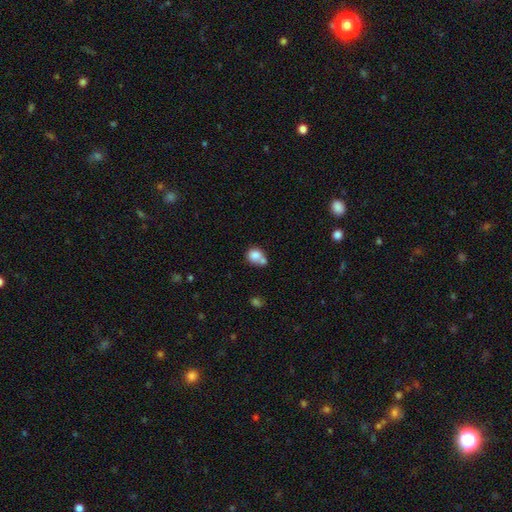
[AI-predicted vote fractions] Smooth or featured?
  - smooth: 80% *
  - featured or disk: 10%
  - star or artifact: 10%
How rounded?
  - round: 70% *
  - in between: 29%
  - cigar-shaped: 1%
Merging?
  - merger: 49% *
  - none: 35%
  - minor disturbance: 11%
  - major disturbance: 5%